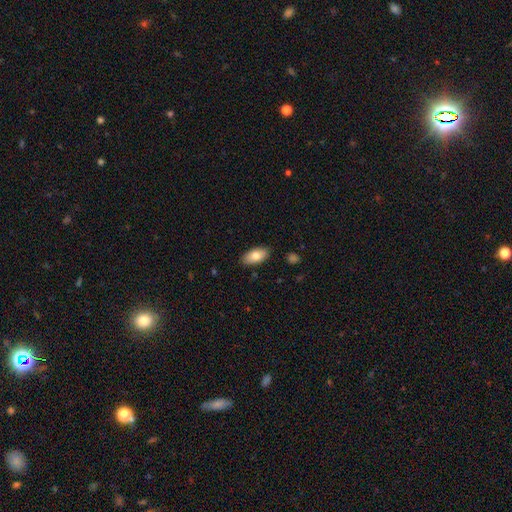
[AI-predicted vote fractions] Smooth or featured?
  - smooth: 81% *
  - featured or disk: 13%
  - star or artifact: 6%
How rounded?
  - in between: 92% *
  - cigar-shaped: 5%
  - round: 3%
Merging?
  - none: 87% *
  - minor disturbance: 10%
  - major disturbance: 2%
  - merger: 1%